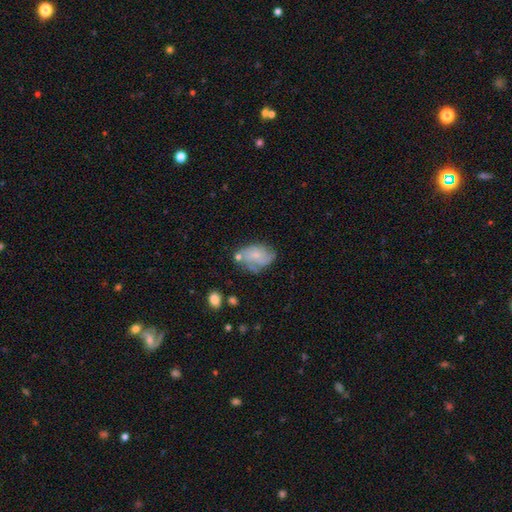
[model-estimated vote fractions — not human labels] smooth-or-featured: featured or disk: 51% | smooth: 41% | star or artifact: 9%
  disk-edge-on: no: 97% | yes: 3%
  merging: none: 48% | minor disturbance: 28% | major disturbance: 15% | merger: 9%